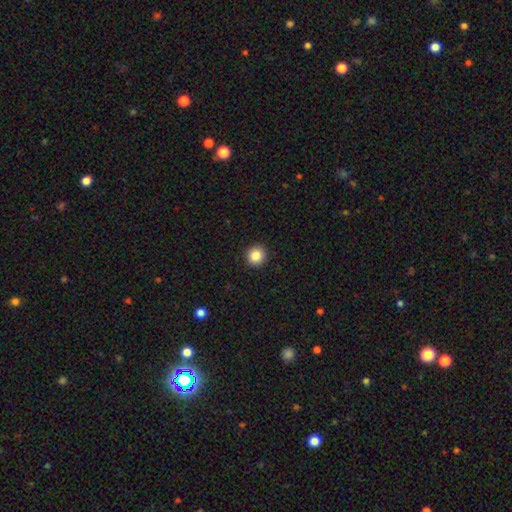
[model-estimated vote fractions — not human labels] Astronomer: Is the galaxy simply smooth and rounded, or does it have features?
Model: smooth — 85%.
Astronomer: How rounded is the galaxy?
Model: round — 94%.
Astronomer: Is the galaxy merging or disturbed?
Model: none — 93%.